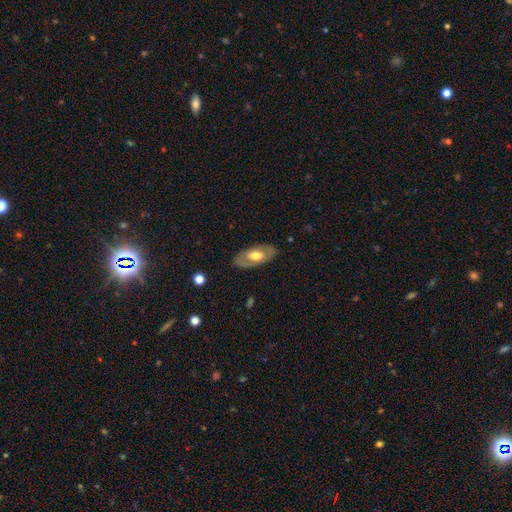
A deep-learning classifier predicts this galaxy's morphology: This is possibly a featured or disk galaxy (51%). It is clearly not viewed edge-on (85%). Merging: clearly none (82%).